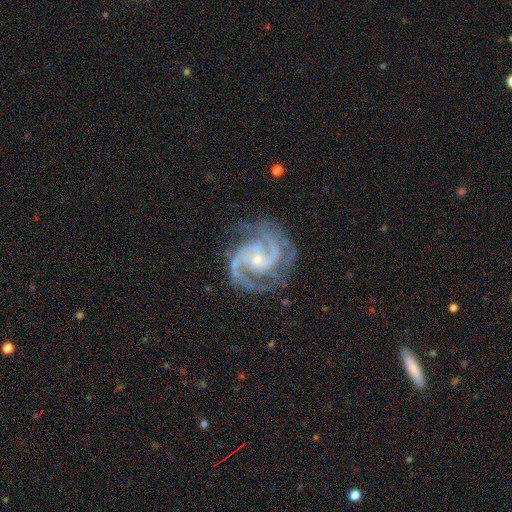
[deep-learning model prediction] smooth-or-featured: featured or disk: 93% | star or artifact: 5% | smooth: 2%
  disk-edge-on: no: 98% | yes: 2%
    bar: no: 56% | weak: 30% | strong: 13%
    has-spiral-arms: yes: 99% | no: 1%
      spiral-winding: tight: 48% | medium: 46% | loose: 6%
      spiral-arm-count: 2: 59% | 3: 22% | can't tell: 6% | 4: 5% | more than 4: 4% | 1: 4%
    bulge-size: small: 74% | moderate: 22% | none: 2% | large: 1% | dominant: 1%
  merging: none: 75% | minor disturbance: 16% | major disturbance: 7% | merger: 2%